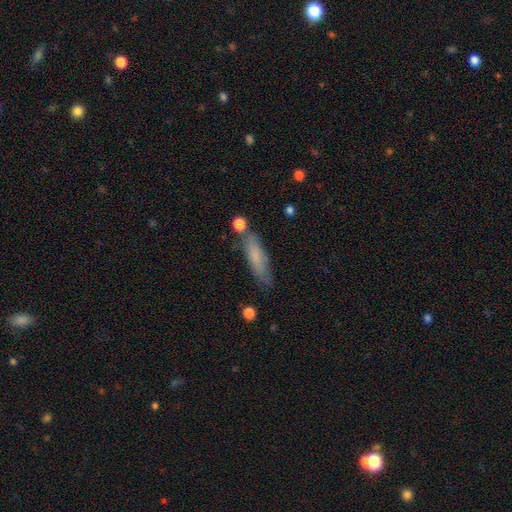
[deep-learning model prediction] smooth 72%, featured or disk 20%, star or artifact 7%. Down the decision tree: how rounded — cigar-shaped (68%); merging — none (70%).